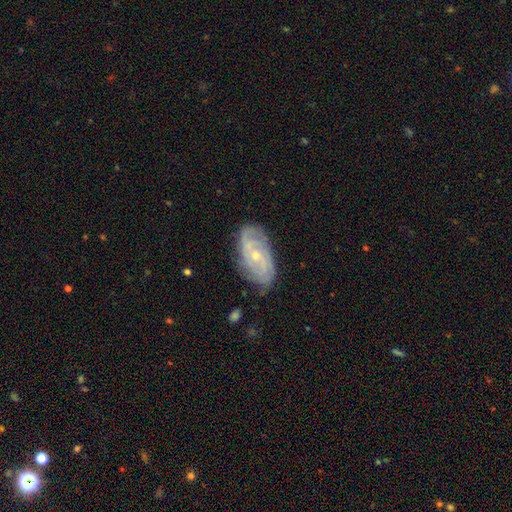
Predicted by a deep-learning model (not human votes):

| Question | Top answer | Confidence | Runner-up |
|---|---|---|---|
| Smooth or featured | featured or disk | 79% | smooth (15%) |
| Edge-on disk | no | 94% | yes (6%) |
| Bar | no | 66% | weak (28%) |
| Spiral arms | yes | 92% | no (8%) |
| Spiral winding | tight | 59% | medium (31%) |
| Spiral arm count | can't tell | 35% | 2 (32%) |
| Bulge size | small | 67% | moderate (30%) |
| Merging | none | 76% | minor disturbance (19%) |